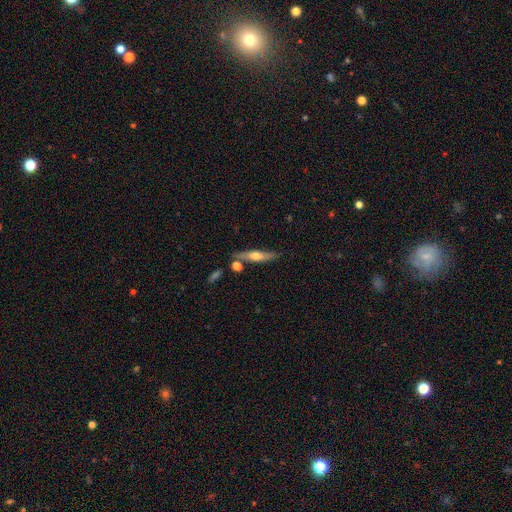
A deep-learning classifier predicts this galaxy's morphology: Smooth or featured: featured or disk — 51% (smooth — 43%)
Edge-on disk: yes — 91% (no — 9%)
Merging: none — 75% (minor disturbance — 12%)